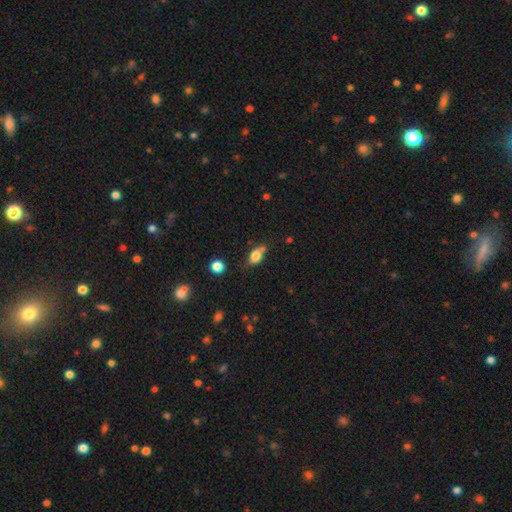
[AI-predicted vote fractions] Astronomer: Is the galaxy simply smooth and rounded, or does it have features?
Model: smooth — 80%.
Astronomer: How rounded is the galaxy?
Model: in between — 78%.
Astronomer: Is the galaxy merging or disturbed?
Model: none — 57%.